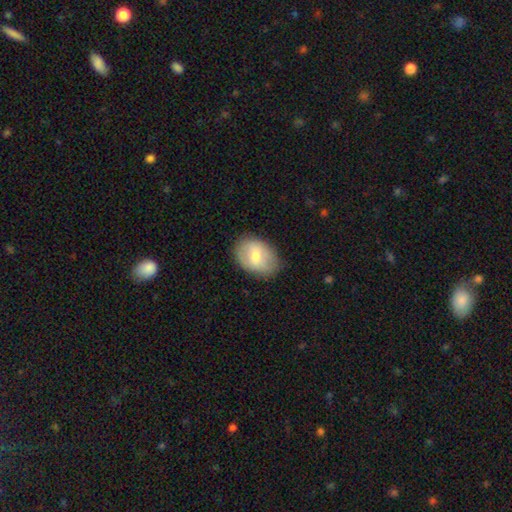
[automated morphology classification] The model was most divided on "smooth or featured": smooth: 66%, featured or disk: 27%, star or artifact: 7%. More confident: how rounded — in between (79%); merging — none (78%).